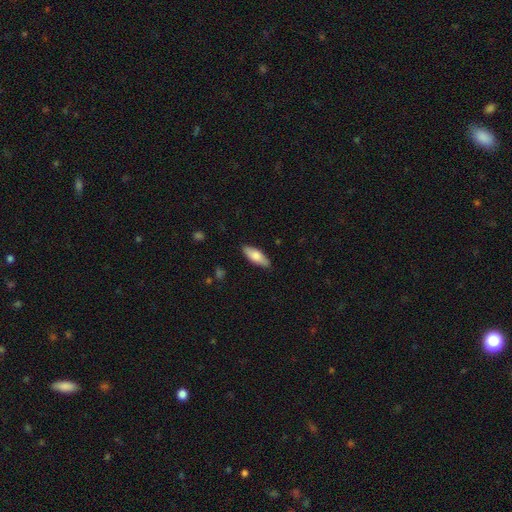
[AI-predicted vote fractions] smooth_or_featured: smooth (p=0.76) [alt: featured or disk p=0.18]
how_rounded: in between (p=0.72) [alt: cigar-shaped p=0.26]
merging: none (p=0.86) [alt: minor disturbance p=0.10]